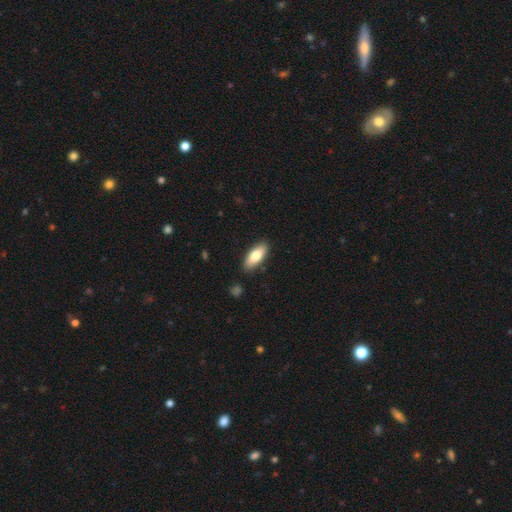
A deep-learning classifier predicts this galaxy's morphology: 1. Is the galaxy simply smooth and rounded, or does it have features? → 77% smooth, 17% featured or disk, 6% star or artifact.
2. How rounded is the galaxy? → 81% in between, 17% cigar-shaped, 2% round.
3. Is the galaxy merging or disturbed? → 87% none, 9% minor disturbance, 2% major disturbance, 2% merger.